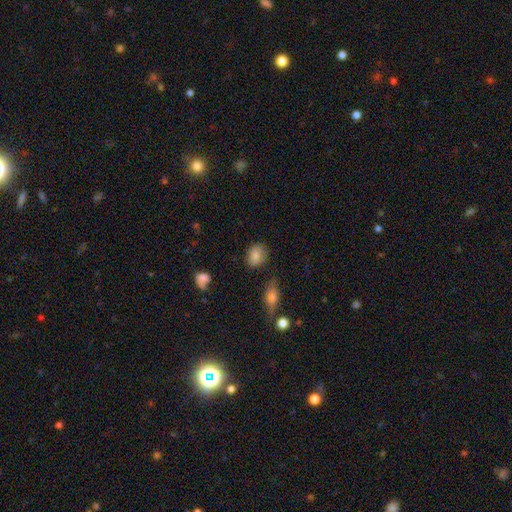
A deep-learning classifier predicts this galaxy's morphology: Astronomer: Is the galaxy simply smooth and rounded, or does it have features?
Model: smooth — 84%.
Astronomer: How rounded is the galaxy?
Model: in between — 54% (runner-up: round, 44%).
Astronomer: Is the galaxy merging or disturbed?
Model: none — 80%.